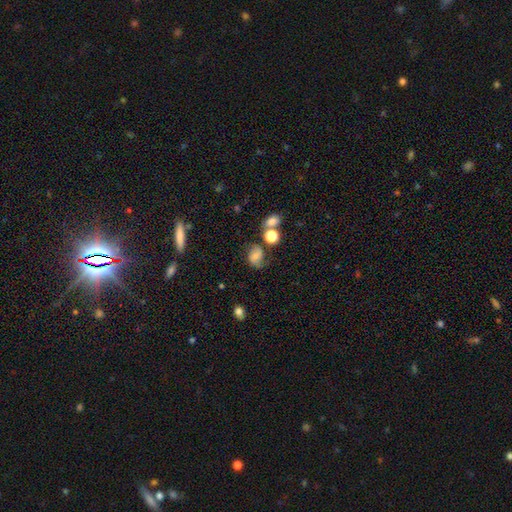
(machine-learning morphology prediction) This appears to be a smooth galaxy with no disk features (46%). Merging: none (53%).